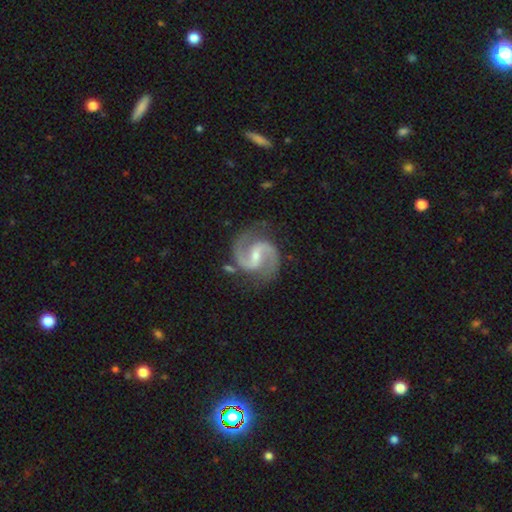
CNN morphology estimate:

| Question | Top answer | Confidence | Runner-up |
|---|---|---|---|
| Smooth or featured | featured or disk | 93% | star or artifact (4%) |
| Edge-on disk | no | 98% | yes (2%) |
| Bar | weak | 52% | strong (28%) |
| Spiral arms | yes | 98% | no (2%) |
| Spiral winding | medium | 66% | loose (20%) |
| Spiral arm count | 2 | 94% | can't tell (1%) |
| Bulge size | small | 57% | moderate (36%) |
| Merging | none | 81% | minor disturbance (13%) |